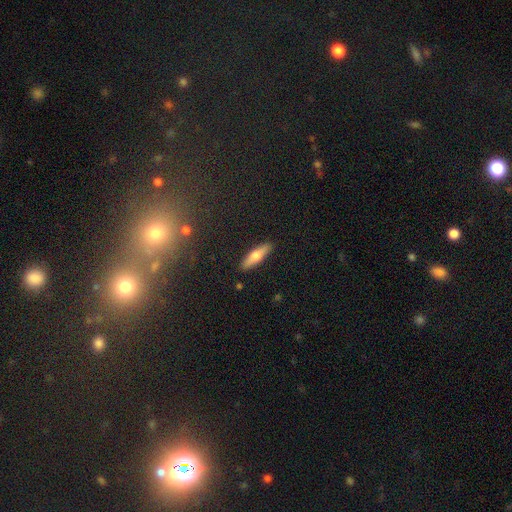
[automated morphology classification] Smooth or featured?
  - smooth: 60% *
  - featured or disk: 34%
  - star or artifact: 6%
How rounded?
  - cigar-shaped: 68% *
  - in between: 30%
  - round: 2%
Merging?
  - none: 89% *
  - minor disturbance: 7%
  - major disturbance: 2%
  - merger: 1%